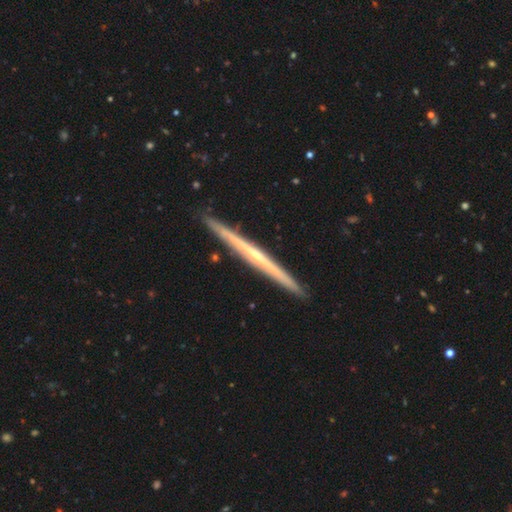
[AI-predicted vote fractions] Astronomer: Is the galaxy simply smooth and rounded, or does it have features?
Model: featured or disk — 77%.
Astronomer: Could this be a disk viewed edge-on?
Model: yes — 98%.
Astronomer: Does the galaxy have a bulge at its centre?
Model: none — 53% (runner-up: rounded, 43%).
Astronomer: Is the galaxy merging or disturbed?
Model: none — 92%.